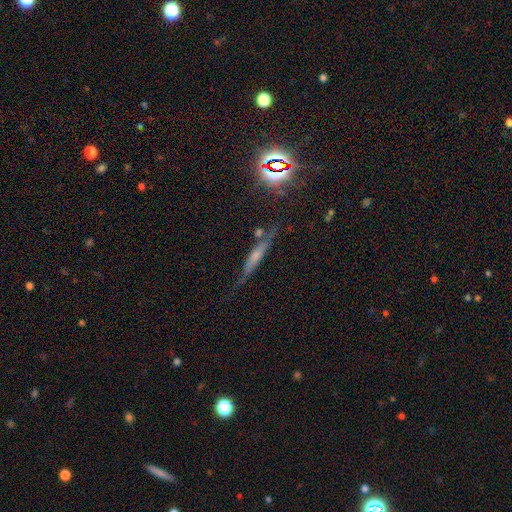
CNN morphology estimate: Q: Smooth or featured?
A: featured or disk (46%); runner-up: smooth (35%)
Q: Merging?
A: none (62%); runner-up: minor disturbance (23%)